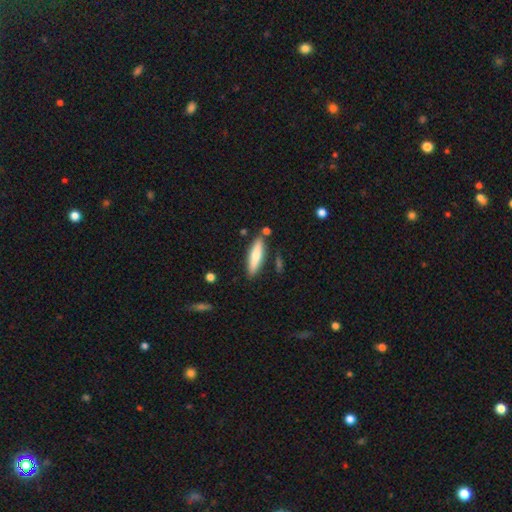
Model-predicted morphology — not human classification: type=smooth (72%); roundness=cigar-shaped (73%); merging=none (82%).